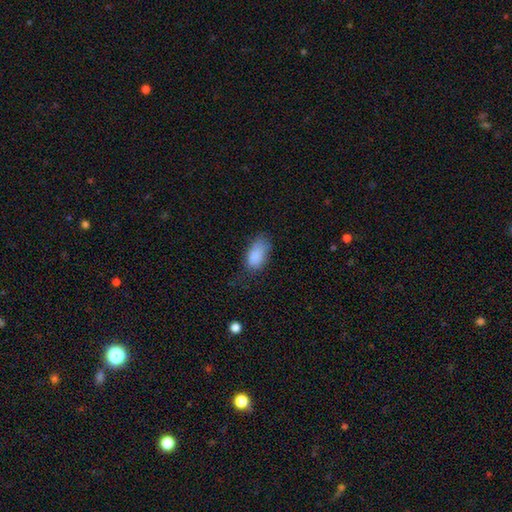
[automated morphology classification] Smooth or featured? smooth (84%)
How rounded? in between (93%)
Merging? none (51%)